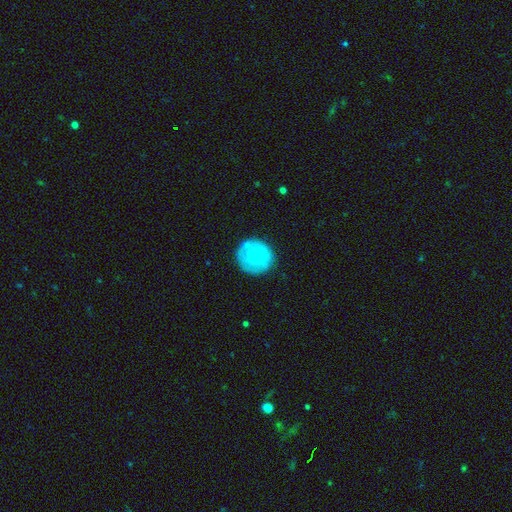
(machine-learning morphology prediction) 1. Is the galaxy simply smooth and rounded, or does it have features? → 57% smooth, 37% featured or disk, 6% star or artifact.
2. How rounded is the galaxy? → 93% round, 6% in between, 1% cigar-shaped.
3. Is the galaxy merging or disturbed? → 78% none, 14% minor disturbance, 4% merger, 4% major disturbance.